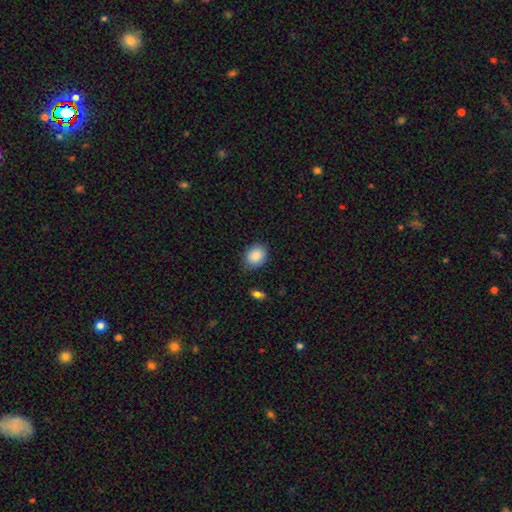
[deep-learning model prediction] Smooth or featured?
  - smooth: 87% *
  - star or artifact: 8%
  - featured or disk: 5%
How rounded?
  - in between: 50% *
  - round: 49%
  - cigar-shaped: 1%
Merging?
  - none: 83% *
  - minor disturbance: 13%
  - major disturbance: 3%
  - merger: 2%